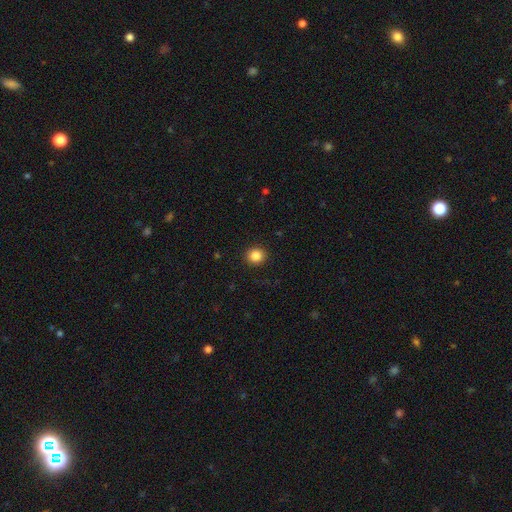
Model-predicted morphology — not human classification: This is clearly a smooth galaxy (86%). How rounded: clearly round (88%). Merging: clearly none (92%).